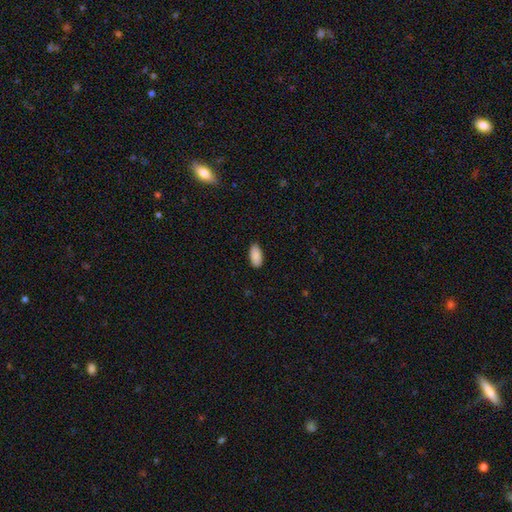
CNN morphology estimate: Smooth or featured? Predicted: smooth (p=0.90). How rounded? Predicted: in between (p=0.93). Merging? Predicted: none (p=0.88).